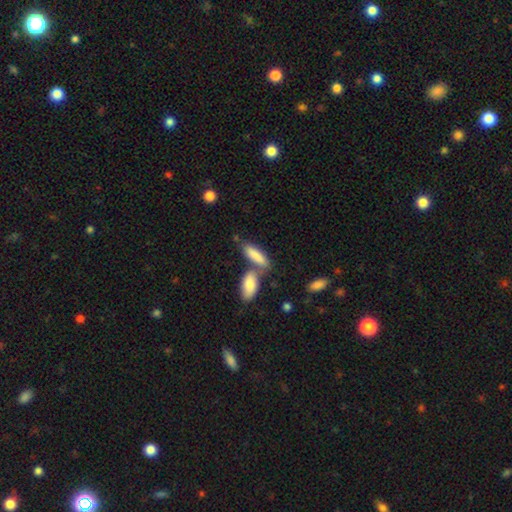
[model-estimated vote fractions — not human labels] Smooth or featured?
  - smooth: 83% *
  - featured or disk: 11%
  - star or artifact: 6%
How rounded?
  - in between: 51% *
  - cigar-shaped: 47%
  - round: 2%
Merging?
  - none: 49% *
  - merger: 36%
  - minor disturbance: 11%
  - major disturbance: 4%